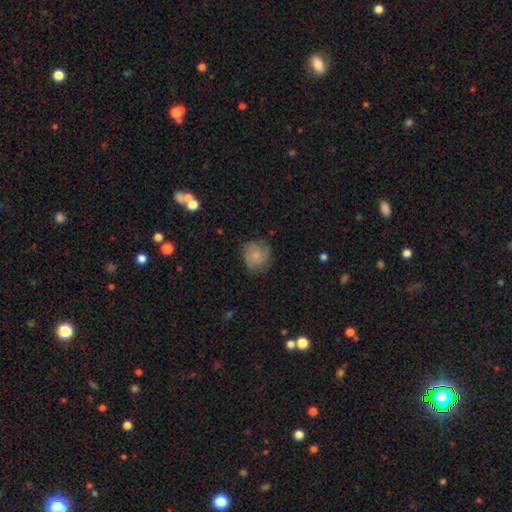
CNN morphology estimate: This is possibly a smooth galaxy (59%). How rounded: clearly round (84%). Merging: likely none (72%).